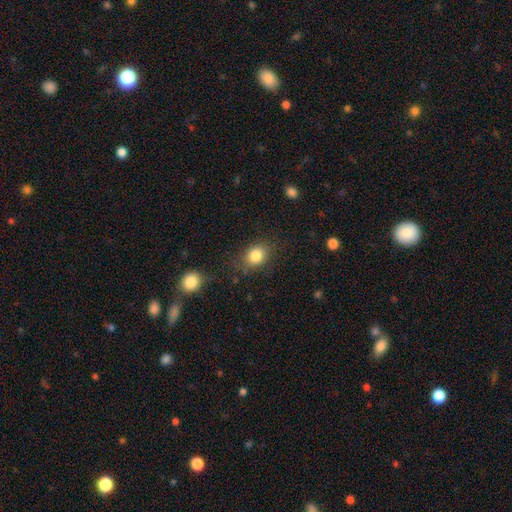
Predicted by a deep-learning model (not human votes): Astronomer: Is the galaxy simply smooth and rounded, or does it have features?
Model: smooth — 83%.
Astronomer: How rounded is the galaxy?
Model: in between — 51% (runner-up: round, 48%).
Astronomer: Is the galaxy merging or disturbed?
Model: none — 77%.